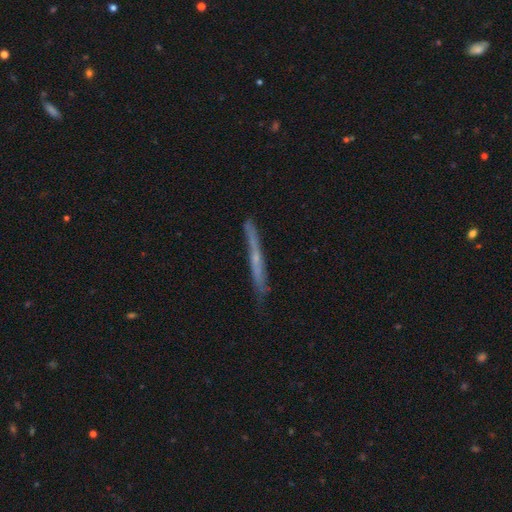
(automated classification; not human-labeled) Q: Smooth or featured?
A: featured or disk (60%); runner-up: smooth (32%)
Q: Edge-on disk?
A: yes (93%); runner-up: no (7%)
Q: Edge-on bulge?
A: none (64%); runner-up: rounded (31%)
Q: Merging?
A: none (80%); runner-up: minor disturbance (16%)